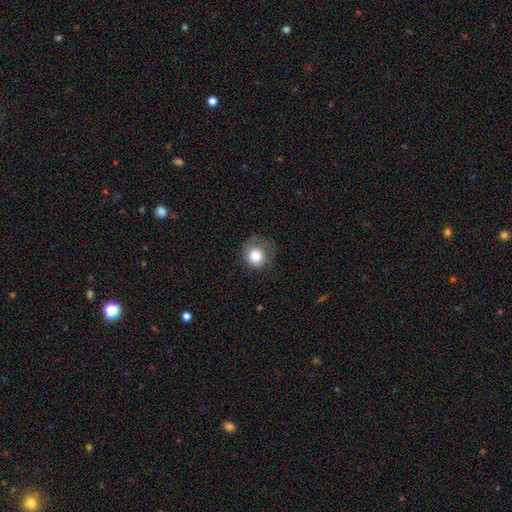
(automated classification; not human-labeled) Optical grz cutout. It shows a smooth galaxy with no disk features (80%) that is round (86%). Merging: none (58%).